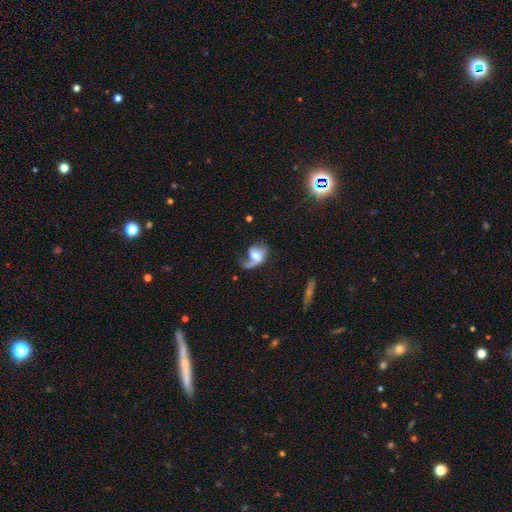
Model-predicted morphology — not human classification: type=featured or disk (59%); edge-on=no (96%); bar=no (62%); spiral arms=yes (81%); bulge=moderate (56%); merging=major disturbance (40%).